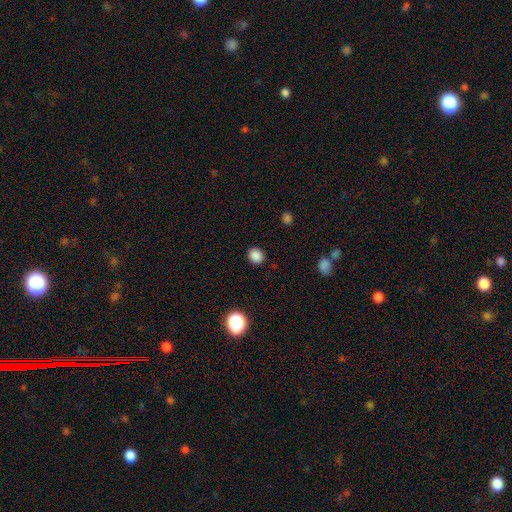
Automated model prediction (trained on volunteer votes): The model was most divided on "how rounded": round: 79%, in between: 20%, cigar-shaped: 1%. More confident: merging — none (89%); smooth or featured — smooth (85%).